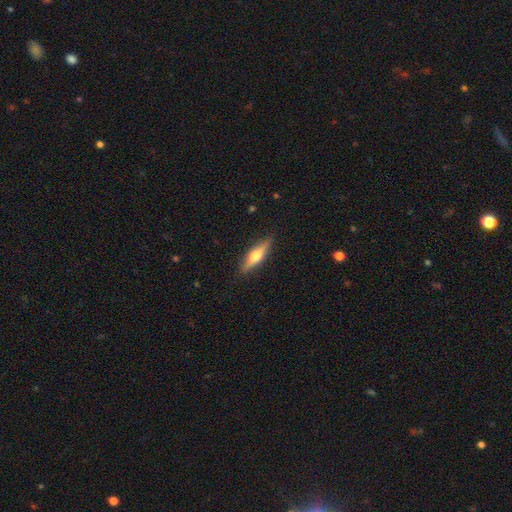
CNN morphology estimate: This is possibly a featured or disk galaxy (56%). It is clearly viewed edge-on (94%). Edge-on bulge: clearly rounded (92%). Merging: clearly none (88%).